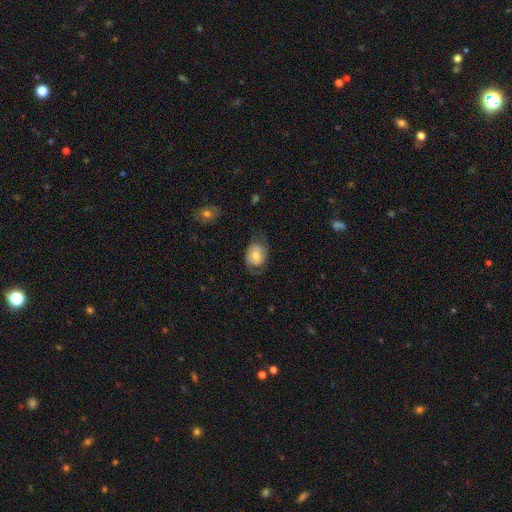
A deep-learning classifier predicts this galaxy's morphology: This appears to be a smooth galaxy with no disk features (54%) that is in between round and cigar-shaped (64%). Merging: none (56%).